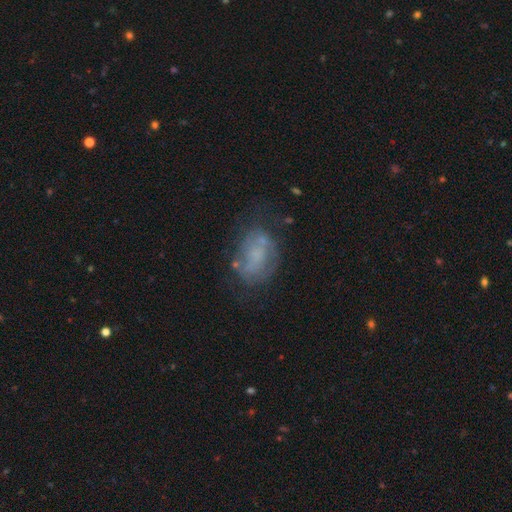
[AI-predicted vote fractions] Q: Smooth or featured?
A: featured or disk (46%); runner-up: smooth (42%)
Q: Merging?
A: none (52%); runner-up: minor disturbance (24%)